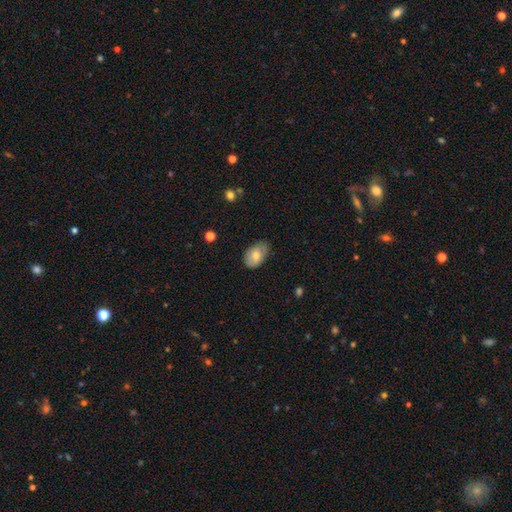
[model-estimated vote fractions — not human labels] Q: Smooth or featured?
A: smooth (72%); runner-up: featured or disk (21%)
Q: How rounded?
A: in between (90%); runner-up: round (9%)
Q: Merging?
A: none (72%); runner-up: minor disturbance (23%)